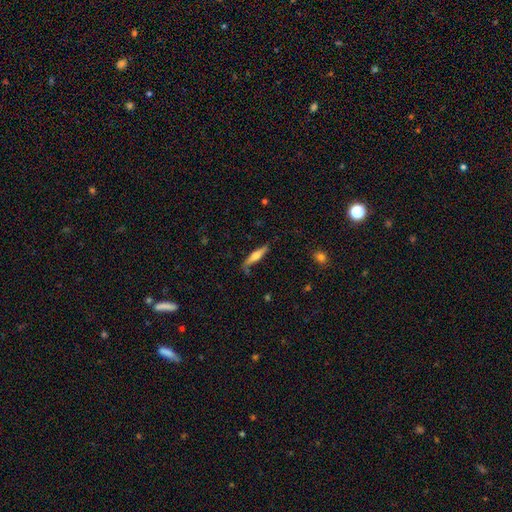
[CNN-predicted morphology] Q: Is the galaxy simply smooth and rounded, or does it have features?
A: featured or disk — 50%.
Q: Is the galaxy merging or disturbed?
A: none — 69%.